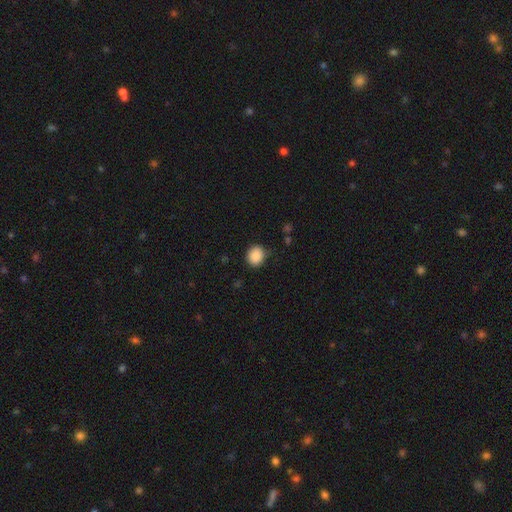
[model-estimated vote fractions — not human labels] This is clearly a smooth galaxy (89%). How rounded: likely round (71%). Merging: clearly none (83%).